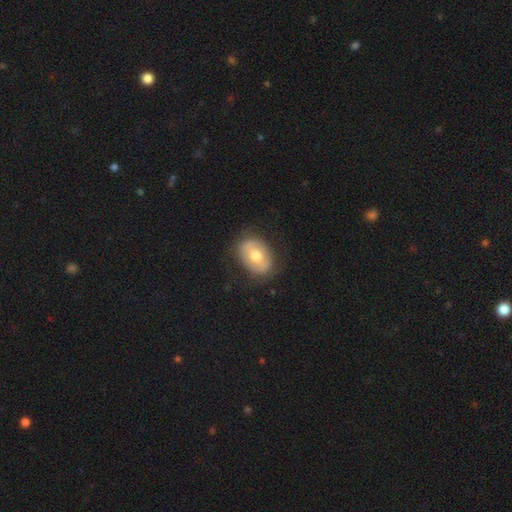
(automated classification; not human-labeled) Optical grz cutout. It shows a smooth galaxy with no disk features (56%) that is in between round and cigar-shaped (74%). Merging: none (81%).